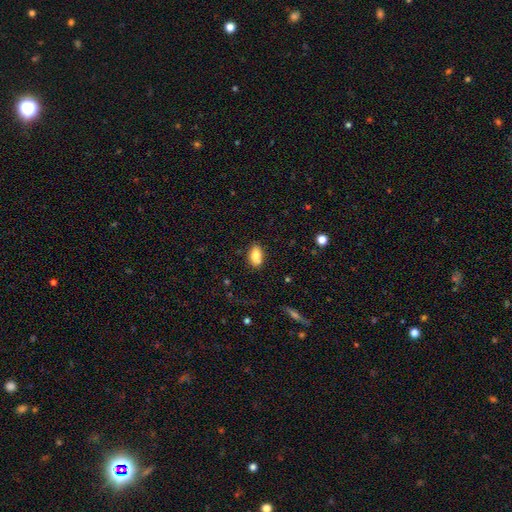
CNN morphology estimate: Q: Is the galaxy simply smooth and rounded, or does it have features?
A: smooth — 82%.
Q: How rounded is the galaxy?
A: in between — 89%.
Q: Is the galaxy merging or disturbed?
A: none — 77%.